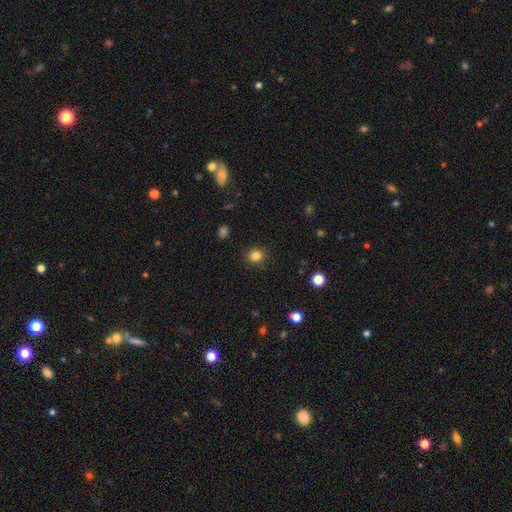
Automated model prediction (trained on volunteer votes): Smooth or featured? Predicted: smooth (p=0.83). How rounded? Predicted: round (p=0.78). Merging? Predicted: none (p=0.90).